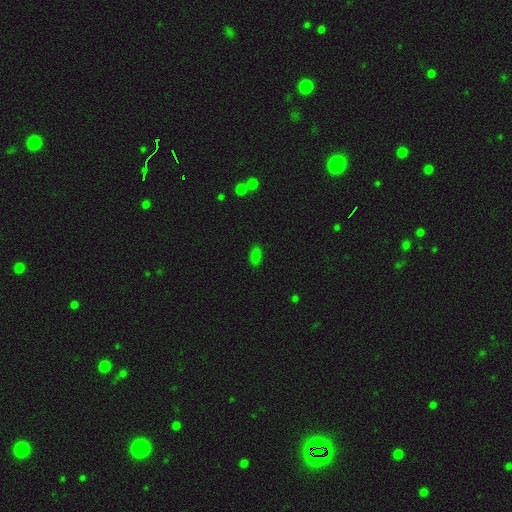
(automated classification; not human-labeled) Morphology: type=smooth (81%); roundness=in between (90%); merging=none (85%).